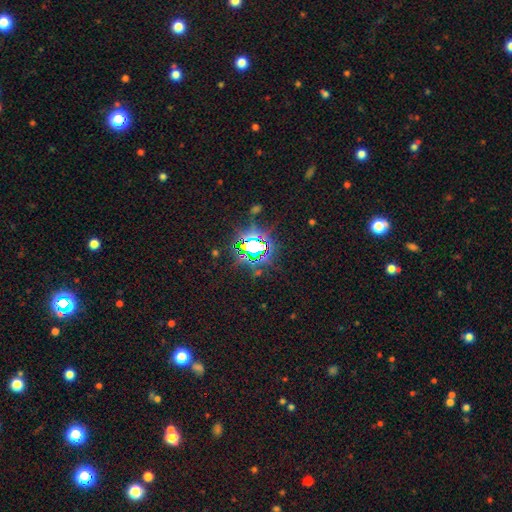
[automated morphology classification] type=star or artifact (82%).